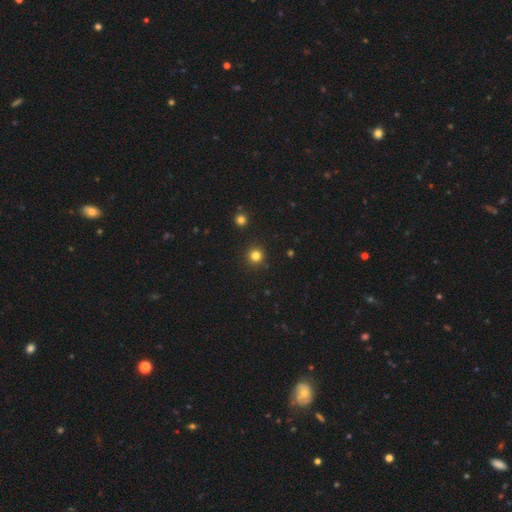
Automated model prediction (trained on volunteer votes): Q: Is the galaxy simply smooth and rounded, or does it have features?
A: smooth — 81%.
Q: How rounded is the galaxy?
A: round — 95%.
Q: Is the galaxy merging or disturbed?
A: none — 92%.